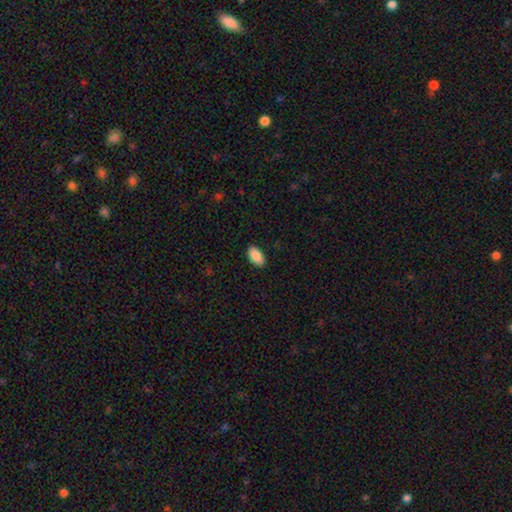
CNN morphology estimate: smooth 89%, star or artifact 6%, featured or disk 5%. Down the decision tree: how rounded — in between (94%); merging — none (88%).